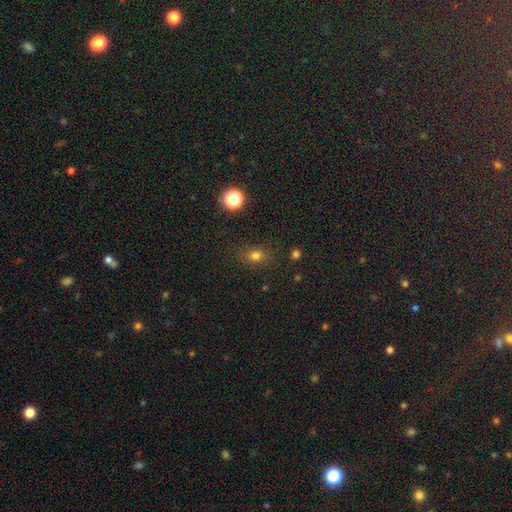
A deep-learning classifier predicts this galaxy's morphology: Smooth or featured: smooth — 75% (star or artifact — 19%)
How rounded: round — 57% (in between — 42%)
Merging: none — 82% (minor disturbance — 12%)